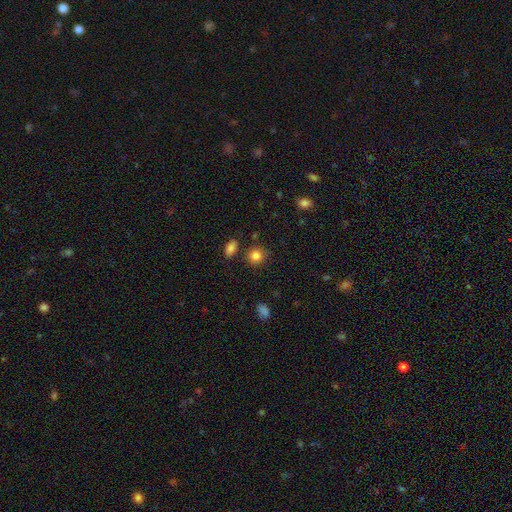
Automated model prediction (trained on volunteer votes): Smooth or featured: smooth — 85% (star or artifact — 10%)
How rounded: round — 83% (in between — 16%)
Merging: none — 81% (minor disturbance — 11%)